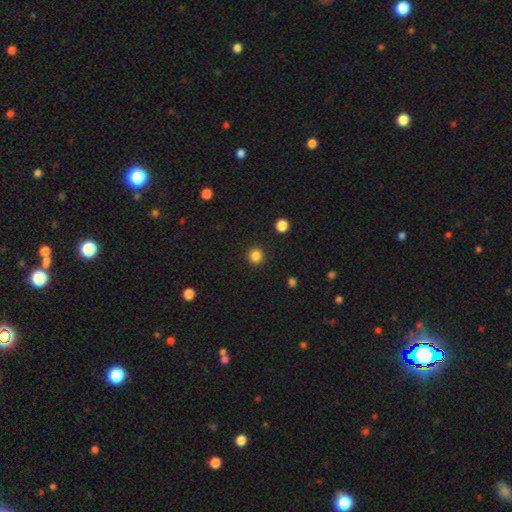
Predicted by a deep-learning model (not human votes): Smooth or featured: smooth — 85% (star or artifact — 12%)
How rounded: round — 92% (in between — 7%)
Merging: none — 92% (minor disturbance — 5%)